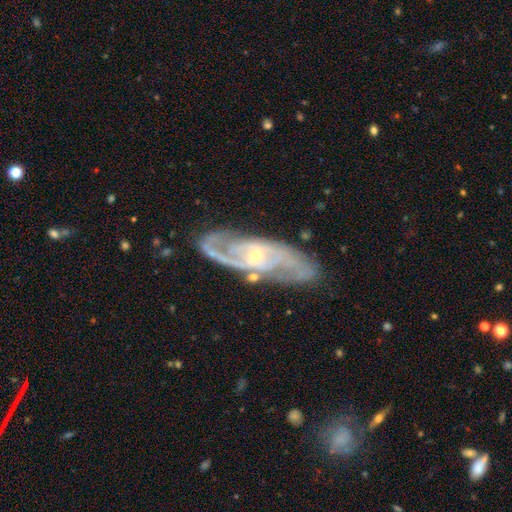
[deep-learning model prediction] Smooth or featured? featured or disk (89%)
Edge-on disk? no (89%)
Bar? no (51%)
Spiral arms? yes (96%)
Spiral winding? medium (45%)
Spiral arm count? 2 (65%)
Bulge size? small (73%)
Merging? none (77%)